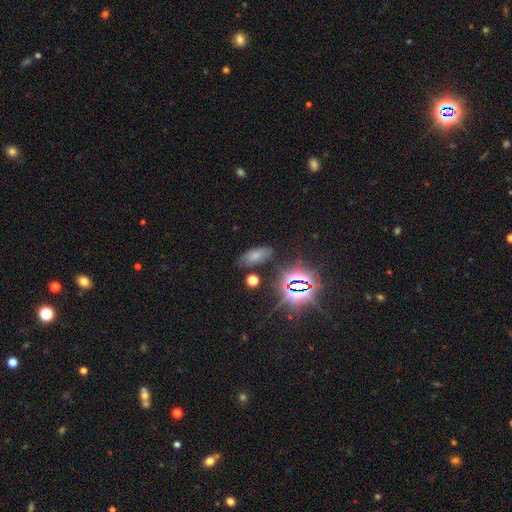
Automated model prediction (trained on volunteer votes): smooth-or-featured: smooth: 55% | star or artifact: 28% | featured or disk: 16%
  how-rounded: in between: 87% | cigar-shaped: 8% | round: 5%
  merging: none: 75% | minor disturbance: 16% | major disturbance: 5% | merger: 4%